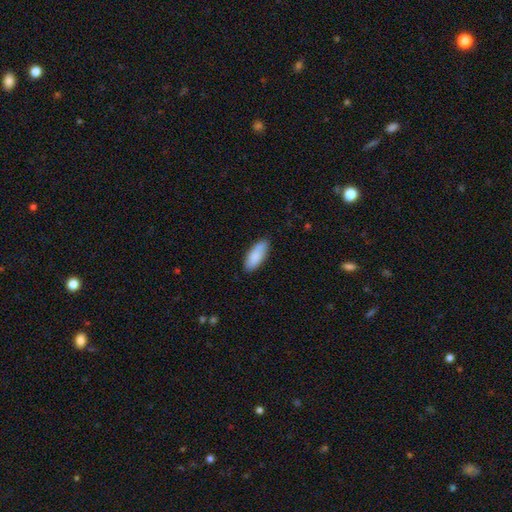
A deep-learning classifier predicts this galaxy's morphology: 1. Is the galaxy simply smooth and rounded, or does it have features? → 86% smooth, 8% featured or disk, 6% star or artifact.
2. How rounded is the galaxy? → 81% in between, 17% cigar-shaped, 2% round.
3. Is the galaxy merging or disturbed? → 83% none, 13% minor disturbance, 2% major disturbance, 1% merger.